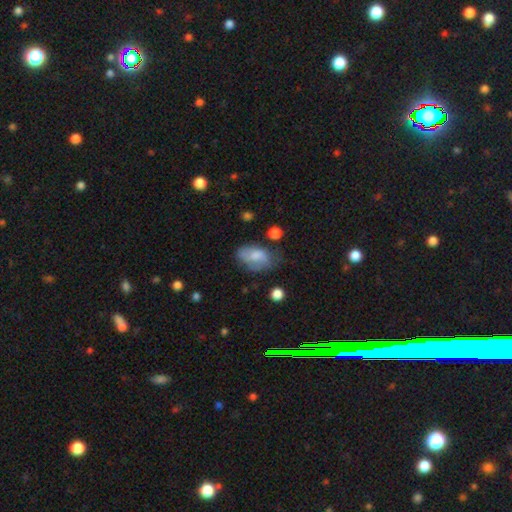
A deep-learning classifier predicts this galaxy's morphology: Smooth or featured? smooth (65%)
How rounded? in between (88%)
Merging? none (44%)